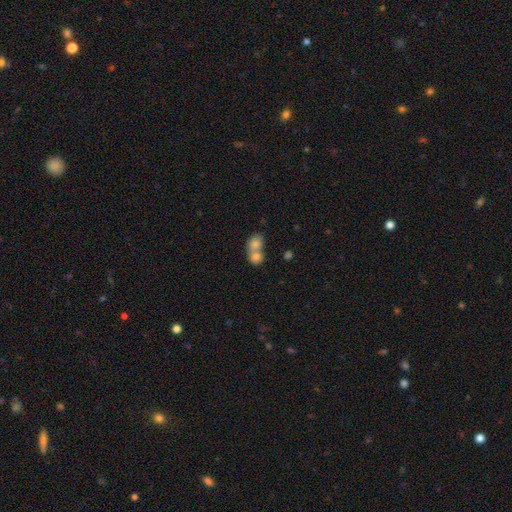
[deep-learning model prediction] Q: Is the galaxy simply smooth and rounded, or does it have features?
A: smooth — 78%.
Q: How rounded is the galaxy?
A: round — 59%.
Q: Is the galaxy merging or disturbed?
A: merger — 72%.